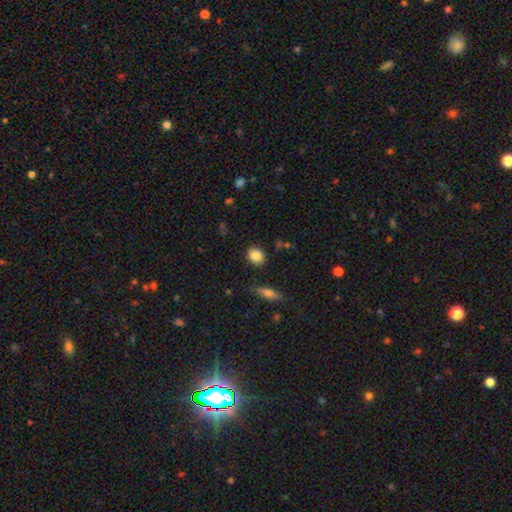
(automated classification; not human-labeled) smooth-or-featured: smooth: 86% | star or artifact: 9% | featured or disk: 6%
  how-rounded: round: 58% | in between: 40% | cigar-shaped: 2%
  merging: none: 83% | minor disturbance: 11% | major disturbance: 3% | merger: 2%